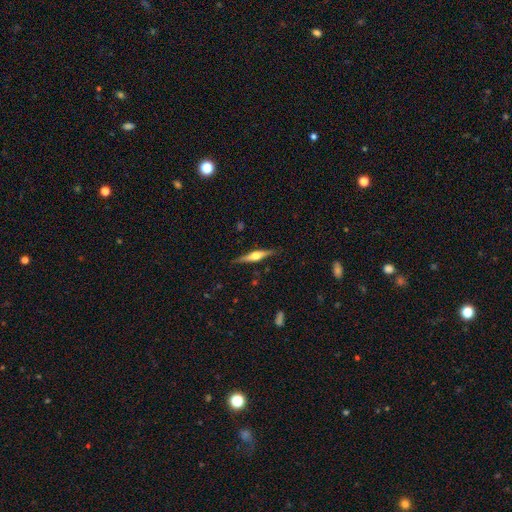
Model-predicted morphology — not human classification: A featured or disk galaxy (70%) viewed edge-on (97%) with a rounded central bulge (91%). Merging: none (87%).